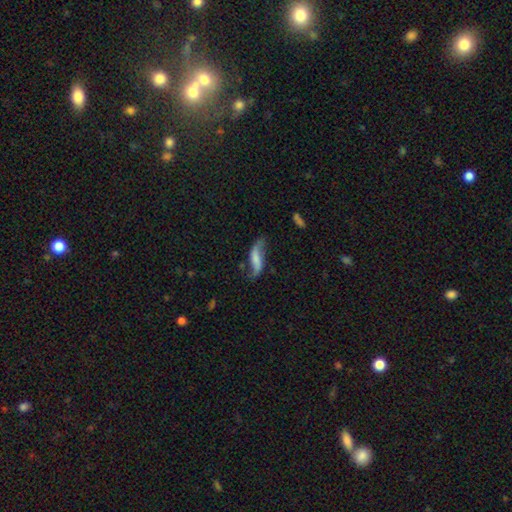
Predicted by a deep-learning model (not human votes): Smooth or featured? featured or disk (67%)
Edge-on disk? no (85%)
Bar? no (37%)
Spiral arms? yes (90%)
Spiral winding? loose (87%)
Spiral arm count? 2 (90%)
Bulge size? none (48%)
Merging? none (64%)